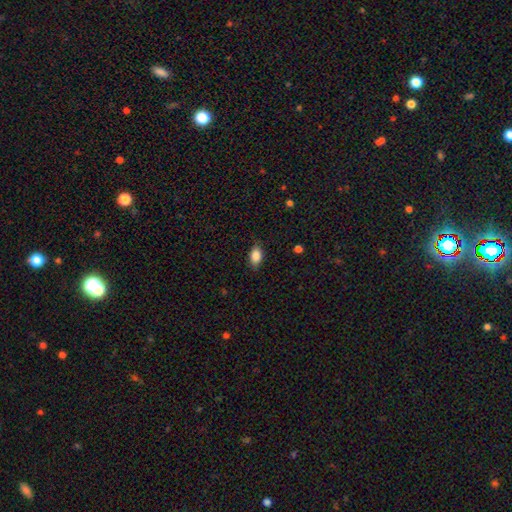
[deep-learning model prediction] This appears to be a smooth galaxy with no disk features (87%) that is in between round and cigar-shaped (89%). Merging: none (81%).